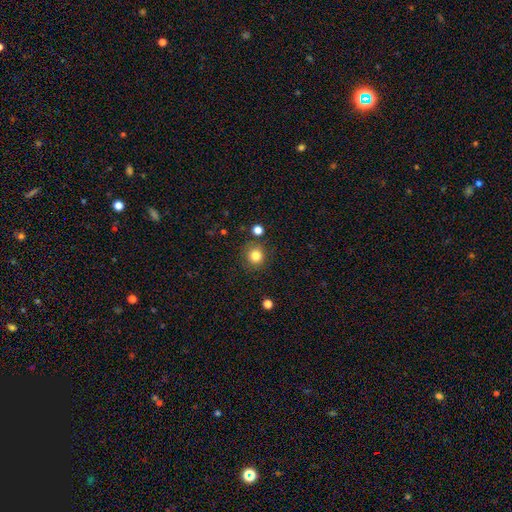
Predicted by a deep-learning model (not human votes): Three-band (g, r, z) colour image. It shows a smooth galaxy with no disk features (82%) that is round (90%). Merging: none (85%).